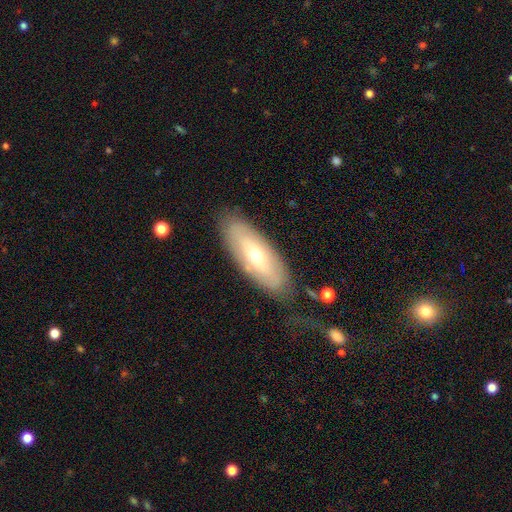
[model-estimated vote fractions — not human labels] Q: Smooth or featured?
A: smooth (48%); runner-up: featured or disk (46%)
Q: Merging?
A: none (77%); runner-up: minor disturbance (15%)